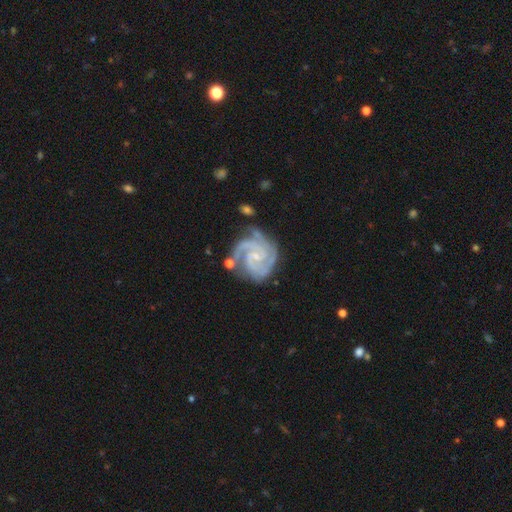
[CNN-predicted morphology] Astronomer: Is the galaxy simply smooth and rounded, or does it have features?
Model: featured or disk — 93%.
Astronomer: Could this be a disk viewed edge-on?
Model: no — 98%.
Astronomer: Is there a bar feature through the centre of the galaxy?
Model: no — 52% (runner-up: weak, 36%).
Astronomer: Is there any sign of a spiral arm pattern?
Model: yes — 99%.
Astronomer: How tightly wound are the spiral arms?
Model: tight — 68%.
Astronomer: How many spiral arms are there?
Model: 3 — 50%.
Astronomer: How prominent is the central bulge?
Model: small — 77%.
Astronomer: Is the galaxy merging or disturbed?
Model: none — 65%.